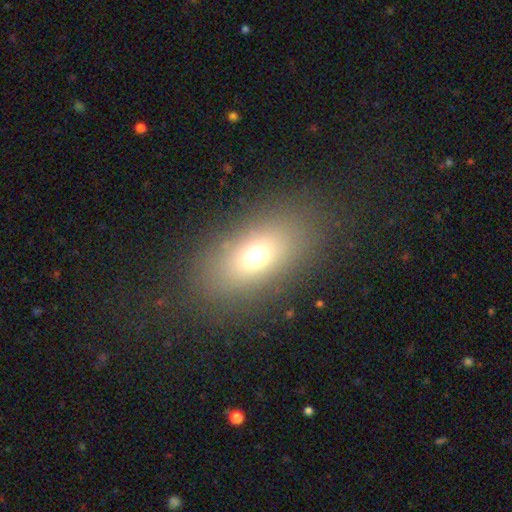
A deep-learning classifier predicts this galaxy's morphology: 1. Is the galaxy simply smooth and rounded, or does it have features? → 68% smooth, 17% featured or disk, 15% star or artifact.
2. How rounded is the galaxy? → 82% in between, 12% round, 6% cigar-shaped.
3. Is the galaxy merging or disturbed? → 83% none, 9% minor disturbance, 6% major disturbance, 1% merger.